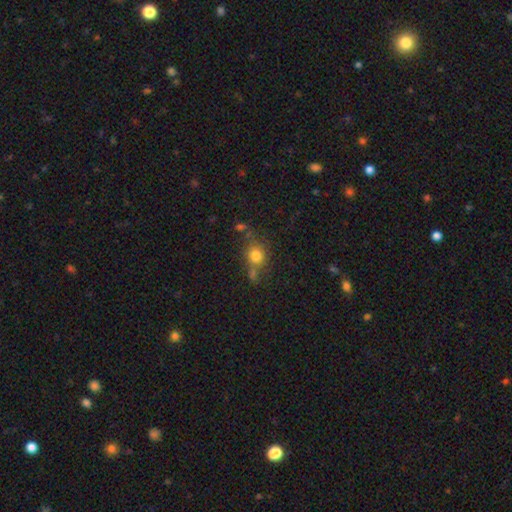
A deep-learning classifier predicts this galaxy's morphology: Smooth or featured?
  - smooth: 77% *
  - star or artifact: 12%
  - featured or disk: 11%
How rounded?
  - round: 75% *
  - in between: 24%
  - cigar-shaped: 2%
Merging?
  - none: 54% *
  - merger: 21%
  - minor disturbance: 17%
  - major disturbance: 8%